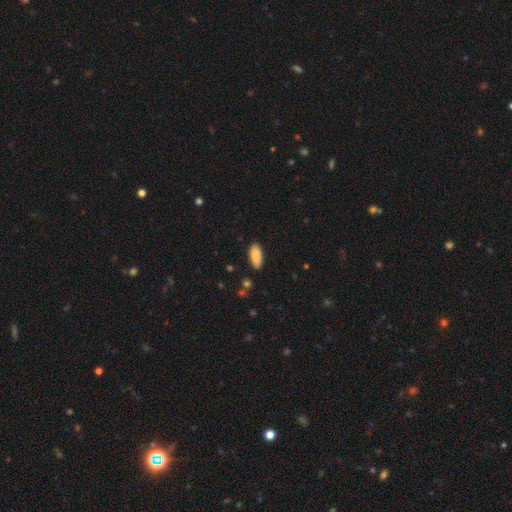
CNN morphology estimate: The model was most divided on "how rounded": in between: 85%, cigar-shaped: 13%, round: 2%. More confident: smooth or featured — smooth (89%); merging — none (87%).